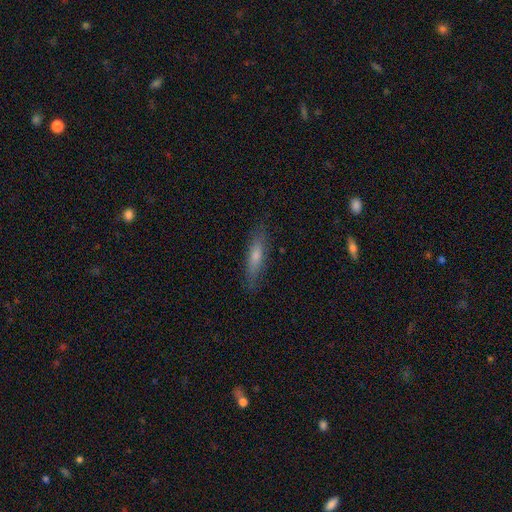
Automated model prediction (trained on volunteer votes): This appears to be a smooth galaxy with no disk features (58%) that is cigar-shaped (79%). Merging: none (85%).